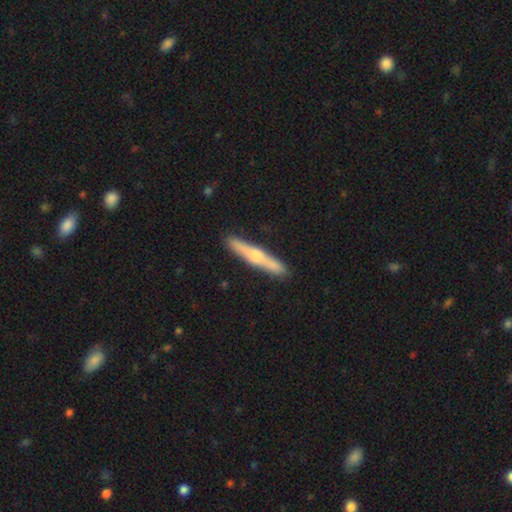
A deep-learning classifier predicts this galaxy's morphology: Smooth or featured? featured or disk (54%)
Edge-on disk? yes (96%)
Edge-on bulge? rounded (79%)
Merging? none (88%)